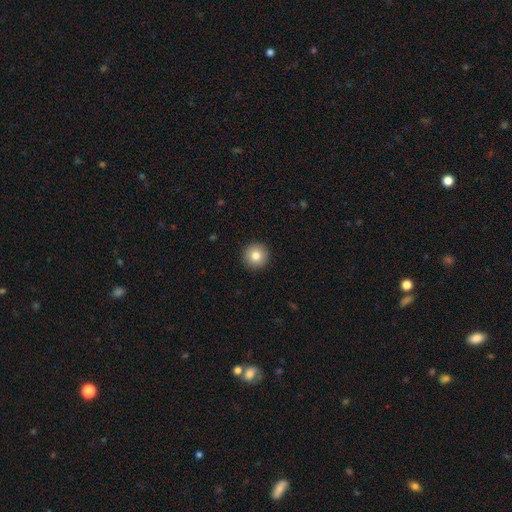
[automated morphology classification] smooth 81%, star or artifact 10%, featured or disk 9%. Down the decision tree: how rounded — round (96%); merging — none (93%).